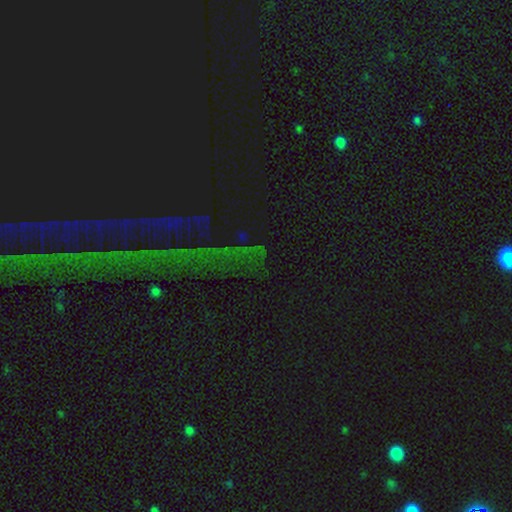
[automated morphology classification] Smooth or featured: star or artifact — 81% (featured or disk — 10%)